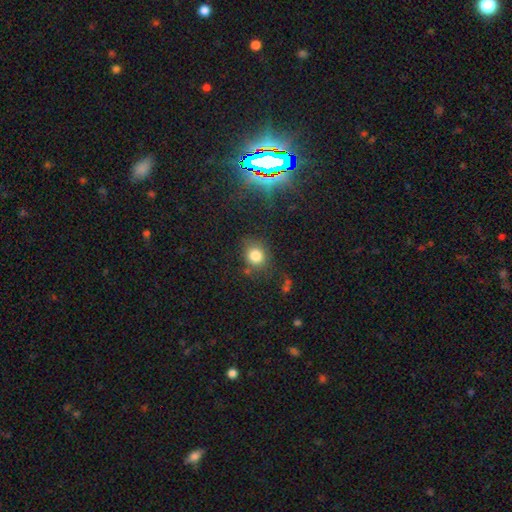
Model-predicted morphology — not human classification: This is clearly a smooth galaxy (81%). How rounded: likely round (76%). Merging: likely none (74%).